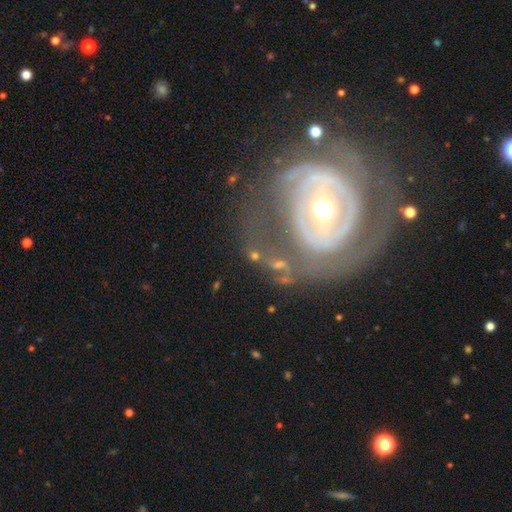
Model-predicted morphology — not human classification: smooth_or_featured: featured or disk (p=0.77) [alt: smooth p=0.15]
disk_edge_on: no (p=0.94) [alt: yes p=0.06]
bar: no (p=0.43) [alt: weak p=0.29]
has_spiral_arms: yes (p=0.62) [alt: no p=0.38]
bulge_size: moderate (p=0.68) [alt: small p=0.22]
merging: none (p=0.54) [alt: major disturbance p=0.21]